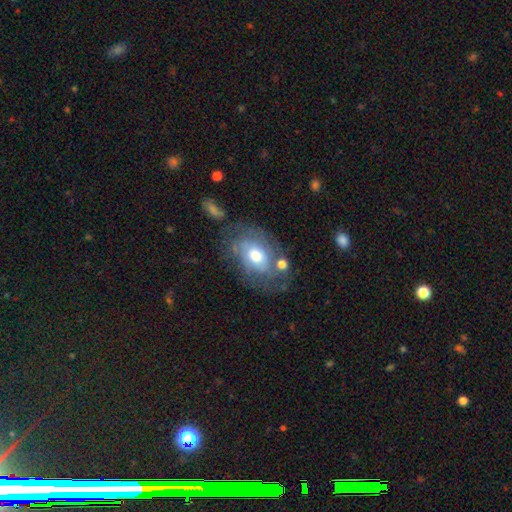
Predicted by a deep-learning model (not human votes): Smooth or featured?
  - featured or disk: 53% *
  - smooth: 39%
  - star or artifact: 8%
Edge-on disk?
  - no: 94% *
  - yes: 6%
Bar?
  - no: 77% *
  - weak: 19%
  - strong: 4%
Spiral arms?
  - yes: 58% *
  - no: 42%
Bulge size?
  - moderate: 64% *
  - large: 23%
  - small: 9%
  - dominant: 2%
  - none: 1%
Merging?
  - none: 52% *
  - minor disturbance: 23%
  - major disturbance: 15%
  - merger: 9%